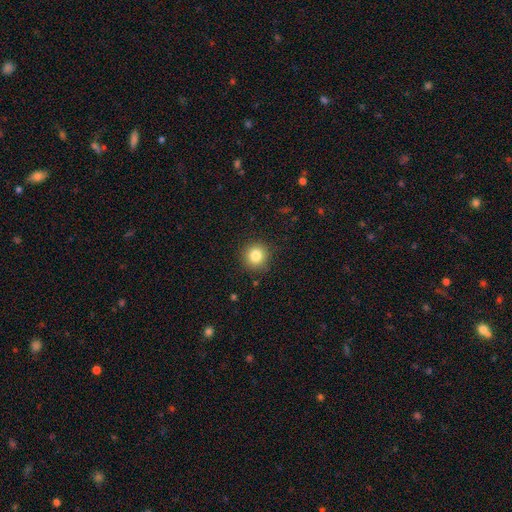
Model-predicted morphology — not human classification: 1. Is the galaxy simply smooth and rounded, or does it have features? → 82% smooth, 11% star or artifact, 6% featured or disk.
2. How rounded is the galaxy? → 93% round, 6% in between, 1% cigar-shaped.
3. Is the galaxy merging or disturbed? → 90% none, 7% minor disturbance, 2% major disturbance, 1% merger.